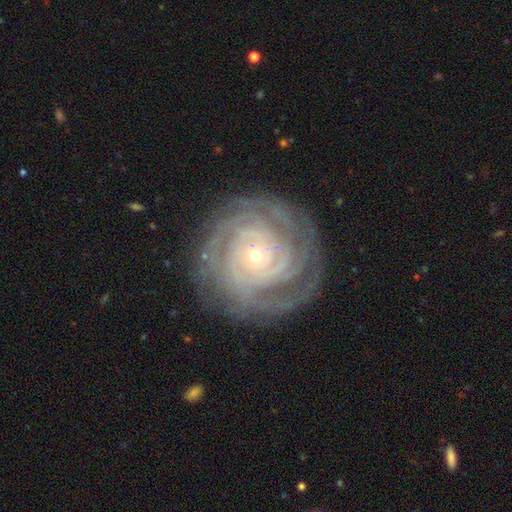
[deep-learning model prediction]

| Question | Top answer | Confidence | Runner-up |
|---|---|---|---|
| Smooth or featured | featured or disk | 89% | star or artifact (6%) |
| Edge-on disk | no | 97% | yes (3%) |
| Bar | no | 76% | weak (16%) |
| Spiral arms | yes | 98% | no (2%) |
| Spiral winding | tight | 85% | medium (13%) |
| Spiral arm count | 4 | 24% | 3 (21%) |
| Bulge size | small | 71% | moderate (26%) |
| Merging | none | 82% | minor disturbance (12%) |